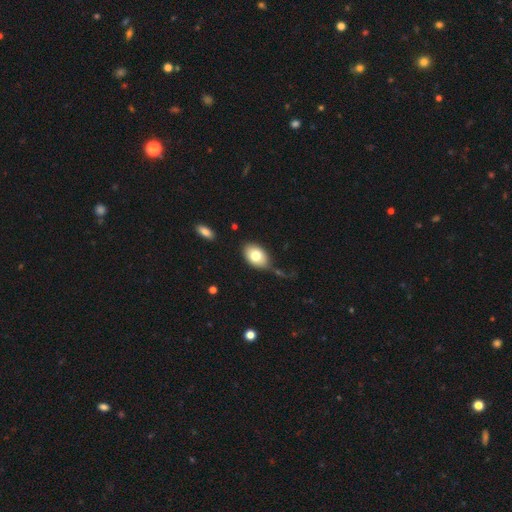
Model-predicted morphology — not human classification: smooth-or-featured: smooth: 78% | featured or disk: 14% | star or artifact: 8%
  how-rounded: in between: 84% | round: 14% | cigar-shaped: 1%
  merging: none: 67% | minor disturbance: 19% | major disturbance: 8% | merger: 7%